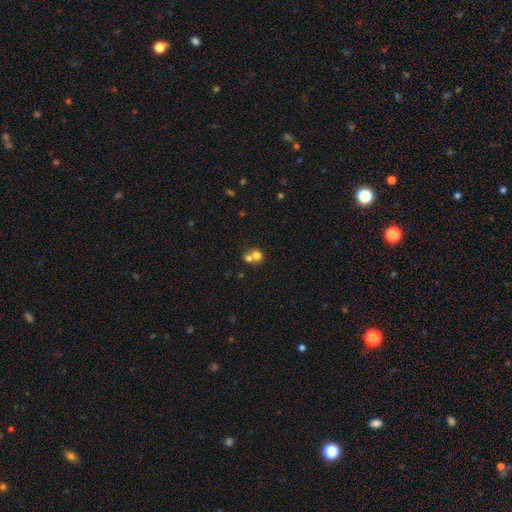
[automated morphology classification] This appears to be a smooth galaxy with no disk features (71%) that is round (78%). Merging: merger (59%).